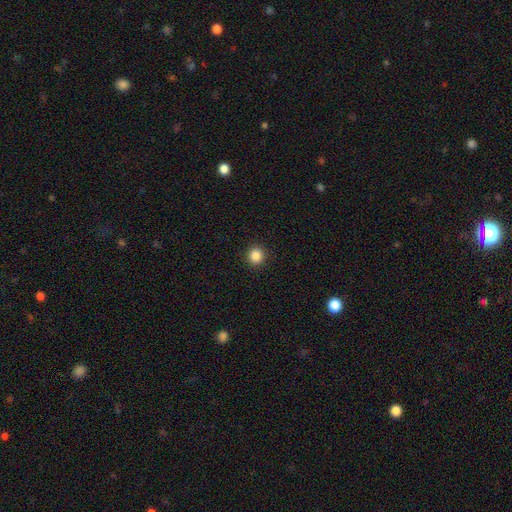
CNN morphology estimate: smooth_or_featured: smooth (p=0.86) [alt: star or artifact p=0.11]
how_rounded: round (p=0.92) [alt: in between p=0.07]
merging: none (p=0.93) [alt: minor disturbance p=0.05]